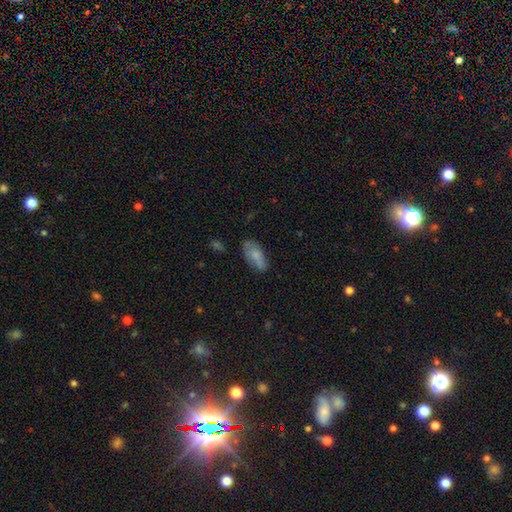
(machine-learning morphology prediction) The model was most divided on "merging": none: 68%, minor disturbance: 23%, major disturbance: 6%, merger: 3%. More confident: how rounded — in between (86%); smooth or featured — smooth (78%).